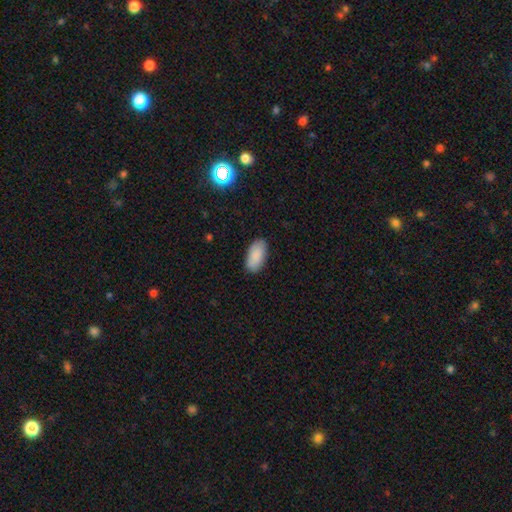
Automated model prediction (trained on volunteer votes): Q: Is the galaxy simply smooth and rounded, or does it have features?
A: smooth — 89%.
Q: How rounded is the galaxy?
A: in between — 95%.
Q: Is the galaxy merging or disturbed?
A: none — 87%.